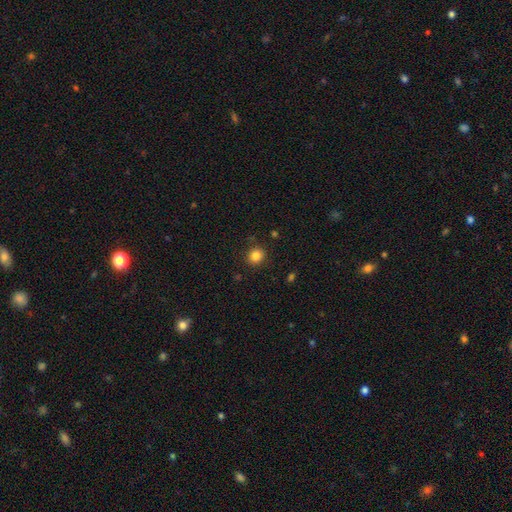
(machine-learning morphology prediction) type=smooth (84%); roundness=round (82%); merging=none (89%).